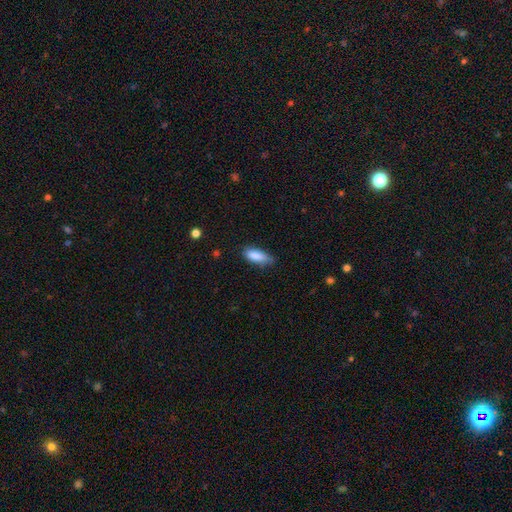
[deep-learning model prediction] Smooth or featured: smooth — 87% (star or artifact — 7%)
How rounded: in between — 77% (cigar-shaped — 21%)
Merging: none — 65% (minor disturbance — 29%)